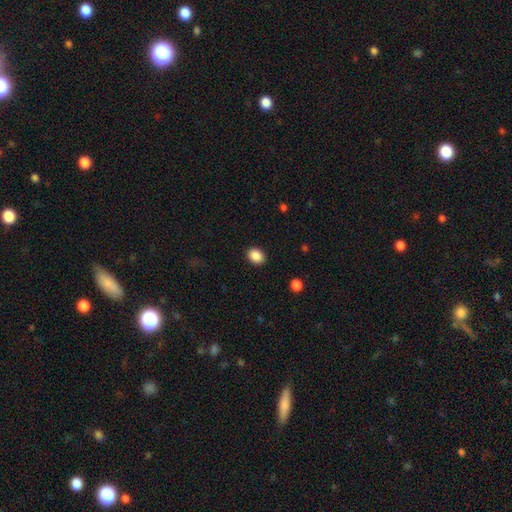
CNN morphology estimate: smooth-or-featured: smooth: 89% | star or artifact: 9% | featured or disk: 3%
  how-rounded: in between: 60% | round: 39% | cigar-shaped: 1%
  merging: none: 90% | minor disturbance: 7% | major disturbance: 2% | merger: 1%